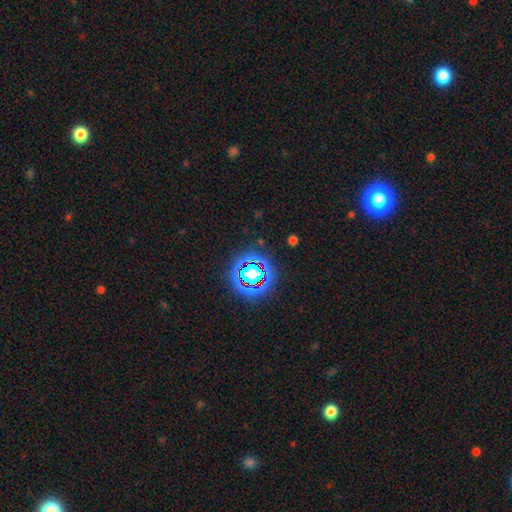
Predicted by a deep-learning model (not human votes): The model was most divided on "smooth or featured": star or artifact: 79%, smooth: 13%, featured or disk: 8%.